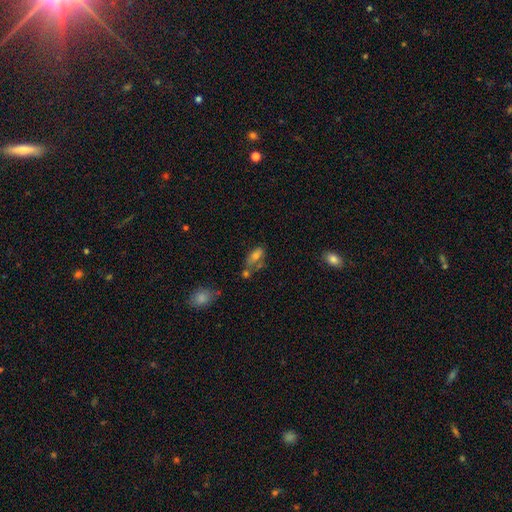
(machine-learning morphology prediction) This appears to be a smooth galaxy with no disk features (65%) that is in between round and cigar-shaped (82%). Merging: none (40%).